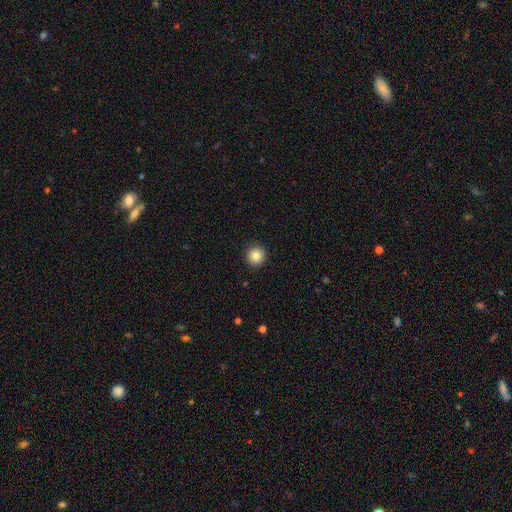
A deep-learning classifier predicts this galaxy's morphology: smooth_or_featured: smooth (p=0.84) [alt: star or artifact p=0.10]
how_rounded: round (p=0.95) [alt: in between p=0.04]
merging: none (p=0.93) [alt: minor disturbance p=0.05]